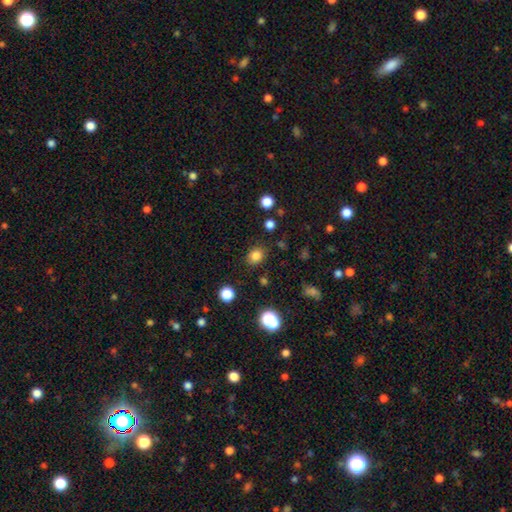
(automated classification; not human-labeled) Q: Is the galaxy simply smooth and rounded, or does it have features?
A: smooth — 81%.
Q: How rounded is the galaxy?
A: round — 56%.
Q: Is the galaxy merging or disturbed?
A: none — 84%.